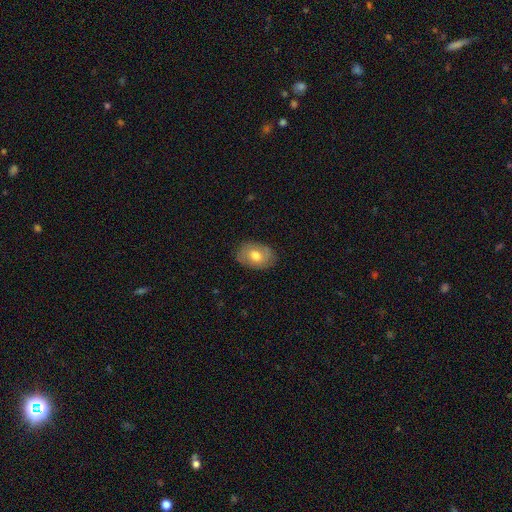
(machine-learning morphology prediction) smooth_or_featured: smooth (p=0.61) [alt: featured or disk p=0.32]
how_rounded: in between (p=0.79) [alt: round p=0.20]
merging: none (p=0.82) [alt: minor disturbance p=0.14]